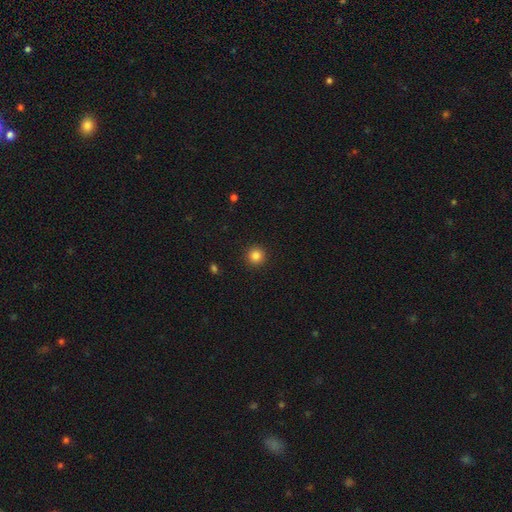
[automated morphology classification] This appears to be a smooth galaxy with no disk features (84%) that is round (96%). Merging: none (93%).